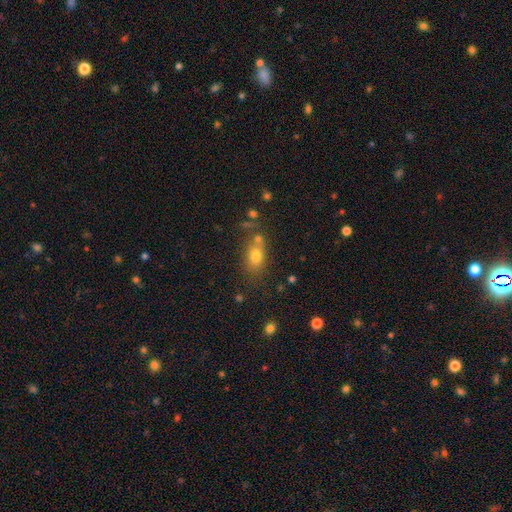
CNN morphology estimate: smooth 74%, star or artifact 14%, featured or disk 12%. Down the decision tree: how rounded — in between (70%); merging — none (58%).